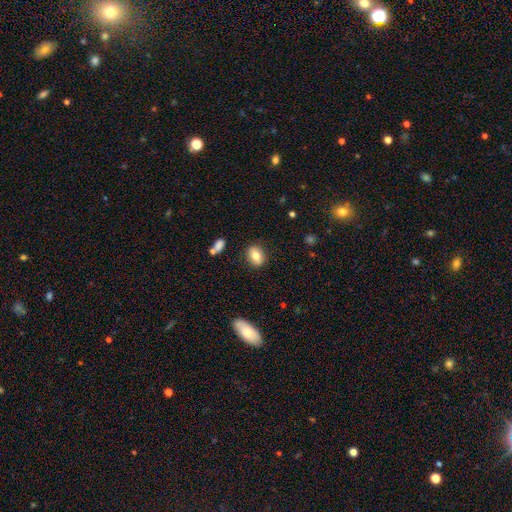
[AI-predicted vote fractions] This is likely a smooth galaxy (76%). How rounded: likely in between (65%). Merging: clearly none (84%).